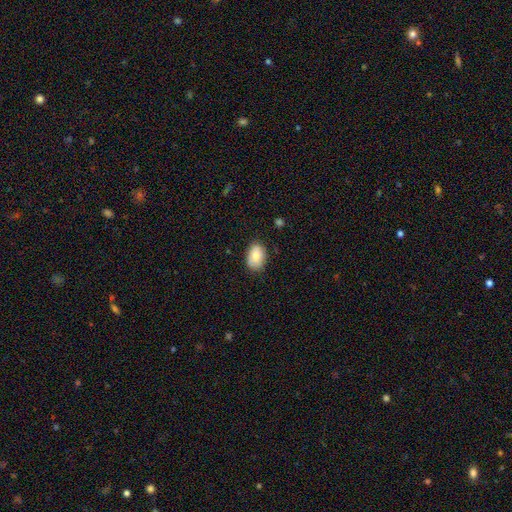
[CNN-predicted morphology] This appears to be a smooth galaxy with no disk features (82%) that is in between round and cigar-shaped (86%). Merging: none (80%).